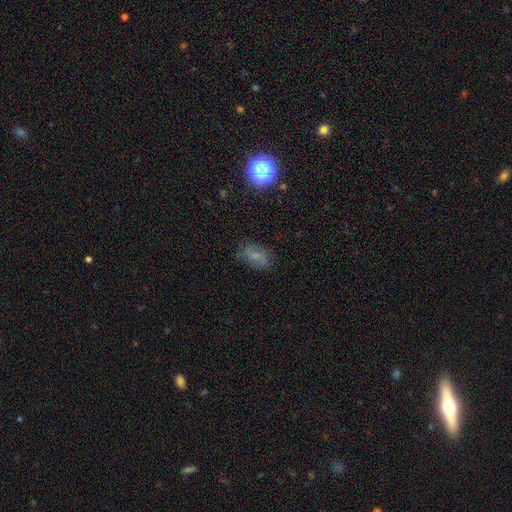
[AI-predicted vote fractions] This appears to be a smooth galaxy with no disk features (55%) that is in between round and cigar-shaped (83%). Merging: none (73%).